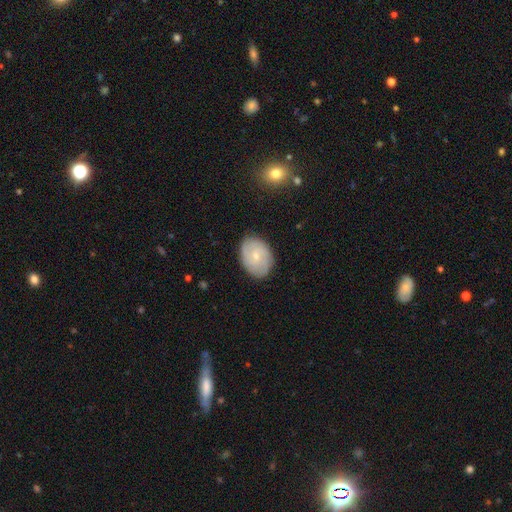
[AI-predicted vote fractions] The model was most divided on "smooth or featured": featured or disk: 53%, smooth: 40%, star or artifact: 7%. More confident: edge-on disk — no (97%); merging — none (83%); spiral arms — yes (82%); bulge size — small (68%); bar — no (63%).